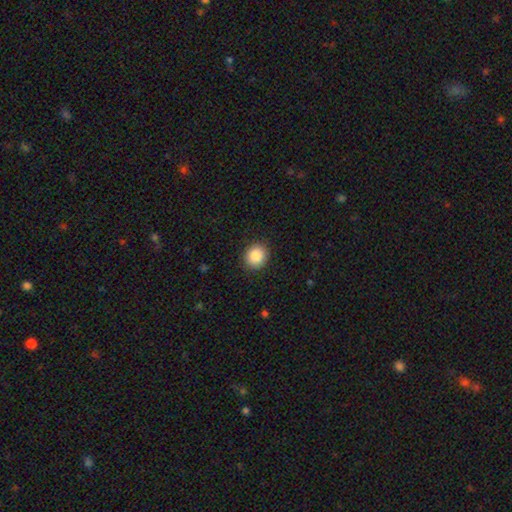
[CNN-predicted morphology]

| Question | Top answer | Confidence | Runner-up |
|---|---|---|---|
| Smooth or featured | smooth | 88% | star or artifact (9%) |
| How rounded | round | 81% | in between (18%) |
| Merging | none | 90% | minor disturbance (7%) |